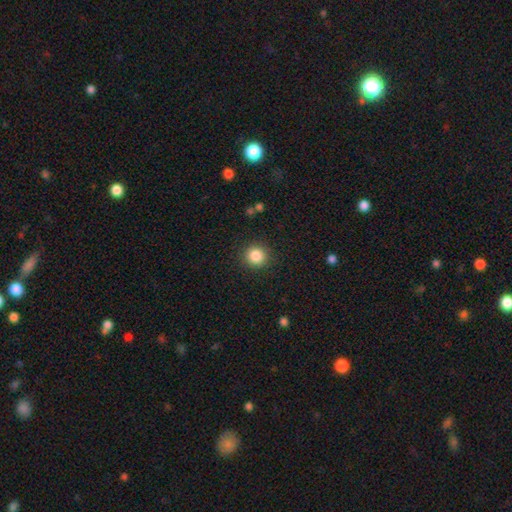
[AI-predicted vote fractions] smooth 85%, star or artifact 10%, featured or disk 5%. Down the decision tree: how rounded — round (93%); merging — none (91%).